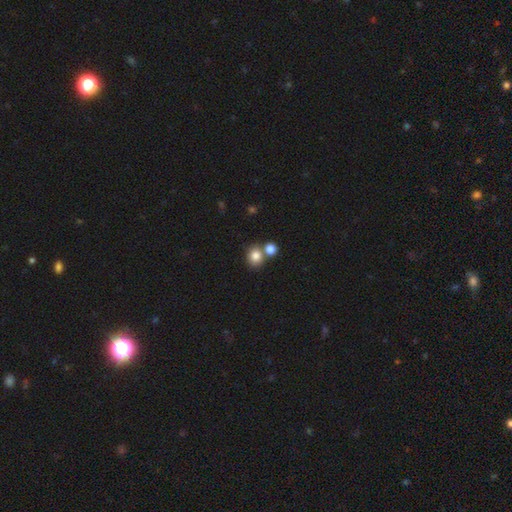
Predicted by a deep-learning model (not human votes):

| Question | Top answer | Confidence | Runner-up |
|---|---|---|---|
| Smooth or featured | smooth | 82% | star or artifact (11%) |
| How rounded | round | 76% | in between (23%) |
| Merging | none | 56% | merger (33%) |